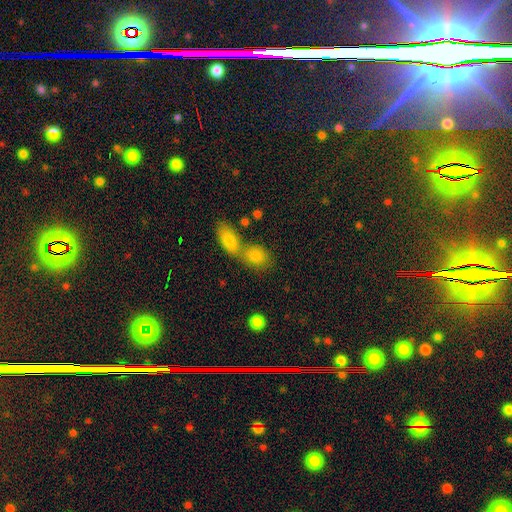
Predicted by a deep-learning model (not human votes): Smooth or featured? Predicted: smooth (p=0.83). How rounded? Predicted: in between (p=0.68). Merging? Predicted: merger (p=0.55).